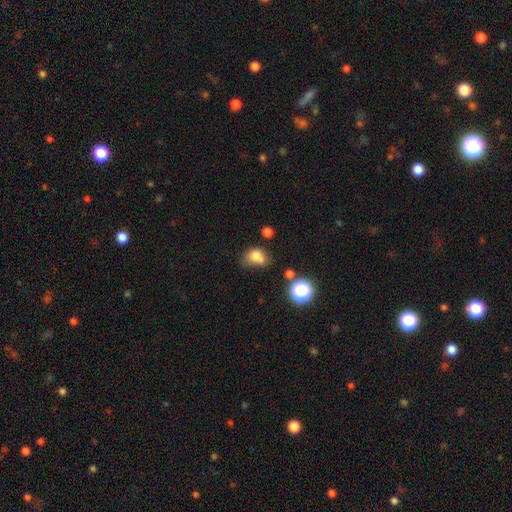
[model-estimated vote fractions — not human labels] Overall: smooth (74%). How rounded: in between (57%; round 41%). Merging: minor disturbance (33%; none 32%).